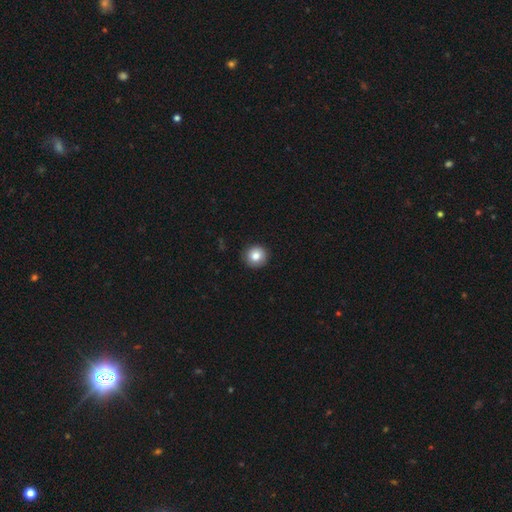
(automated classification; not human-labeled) Smooth or featured? Predicted: smooth (p=0.83). How rounded? Predicted: round (p=0.95). Merging? Predicted: none (p=0.91).